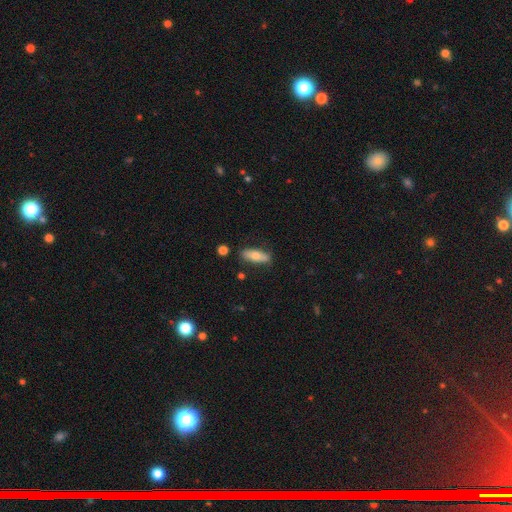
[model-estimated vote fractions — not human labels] smooth_or_featured: smooth (p=0.68) [alt: featured or disk p=0.26]
how_rounded: in between (p=0.58) [alt: cigar-shaped p=0.40]
merging: none (p=0.80) [alt: minor disturbance p=0.14]